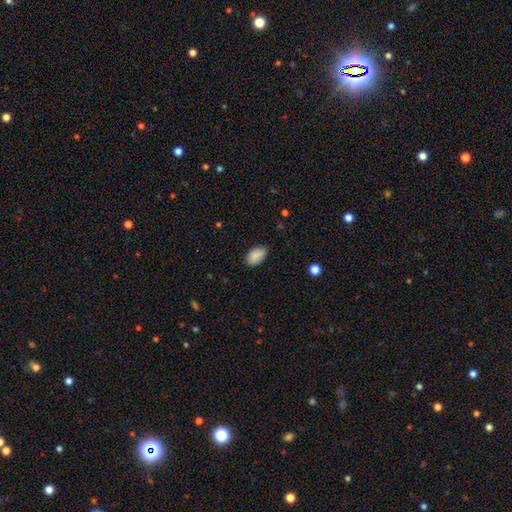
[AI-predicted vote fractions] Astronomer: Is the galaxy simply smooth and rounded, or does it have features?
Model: smooth — 88%.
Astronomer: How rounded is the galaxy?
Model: in between — 92%.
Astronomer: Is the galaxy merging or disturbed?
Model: none — 83%.